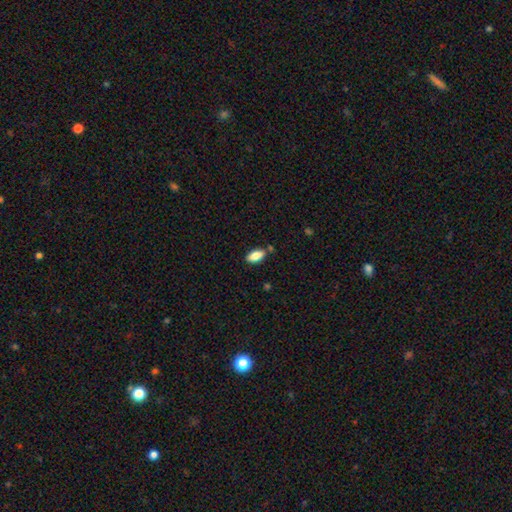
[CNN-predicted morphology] This is likely a smooth galaxy (79%). How rounded: clearly in between (89%). Merging: likely none (77%).